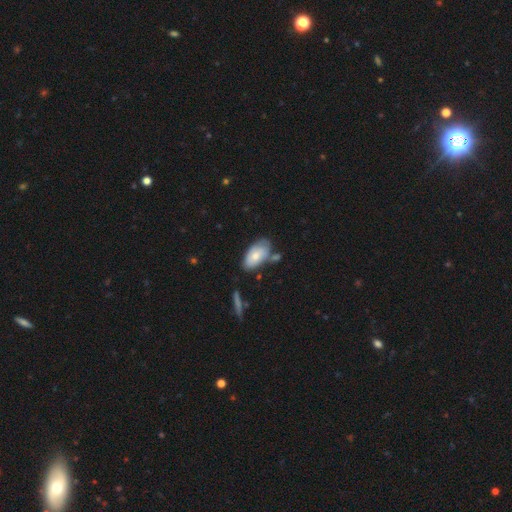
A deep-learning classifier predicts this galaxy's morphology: Overall: smooth (71%). How rounded: in between (94%). Merging: none (57%; minor disturbance 25%).